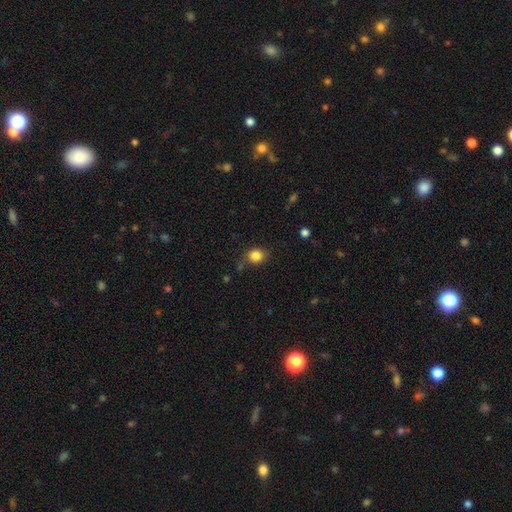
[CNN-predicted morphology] Overall: smooth (83%). How rounded: round (68%; in between 31%). Merging: none (72%).